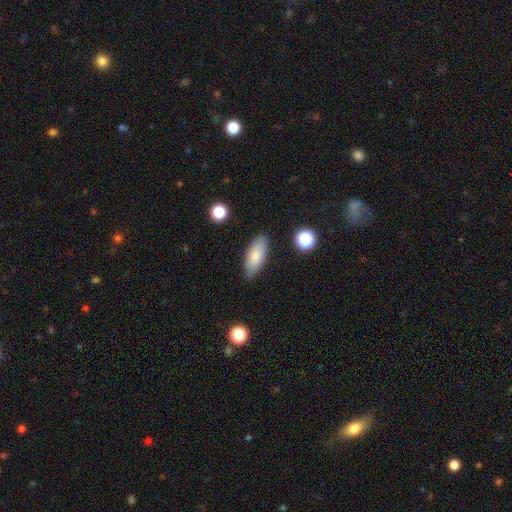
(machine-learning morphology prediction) A smooth galaxy with no disk features (82%) that is in between round and cigar-shaped (79%). Merging: none (82%).